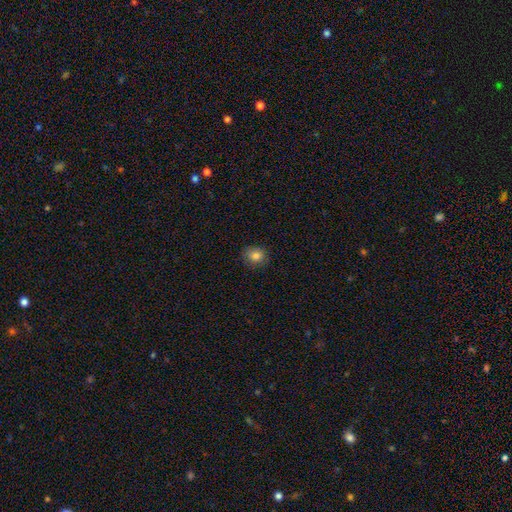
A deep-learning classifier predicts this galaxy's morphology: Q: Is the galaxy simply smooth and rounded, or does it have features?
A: smooth — 82%.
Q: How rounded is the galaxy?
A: round — 72%.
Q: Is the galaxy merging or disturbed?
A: none — 82%.